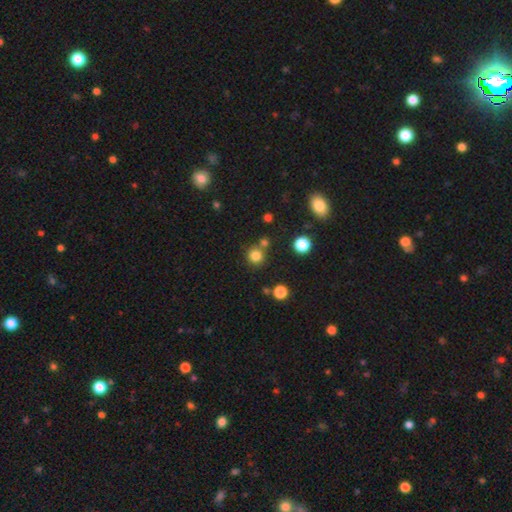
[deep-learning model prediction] This appears to be a smooth galaxy with no disk features (81%) that is round (93%). Merging: none (75%).